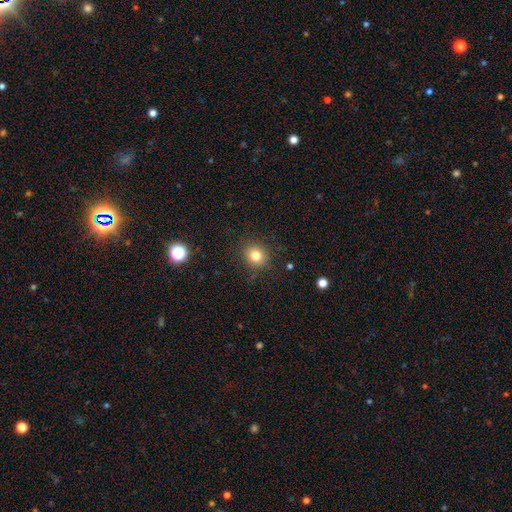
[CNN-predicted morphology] smooth 80%, star or artifact 13%, featured or disk 7%. Down the decision tree: how rounded — round (85%); merging — none (87%).